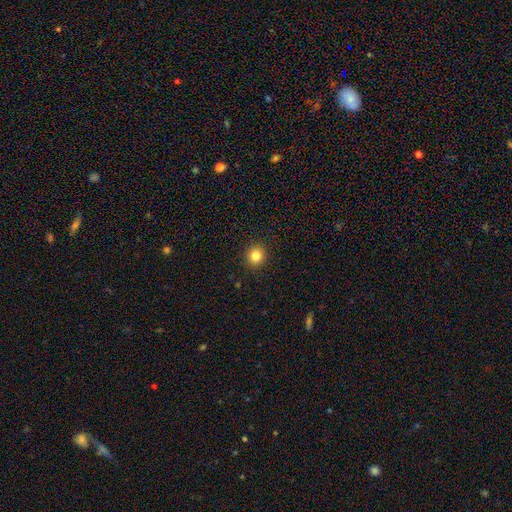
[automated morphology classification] Q: Smooth or featured?
A: smooth (83%); runner-up: star or artifact (12%)
Q: How rounded?
A: round (92%); runner-up: in between (7%)
Q: Merging?
A: none (92%); runner-up: minor disturbance (5%)